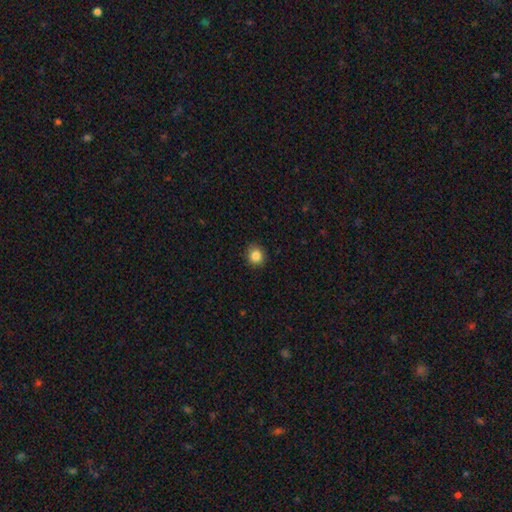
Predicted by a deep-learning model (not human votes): This appears to be a smooth galaxy with no disk features (85%) that is round (79%). Merging: none (89%).